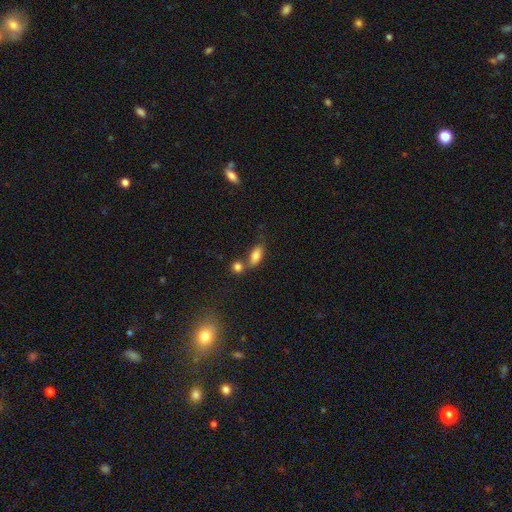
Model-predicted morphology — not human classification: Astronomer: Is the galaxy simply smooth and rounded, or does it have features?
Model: smooth — 80%.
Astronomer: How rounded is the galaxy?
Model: in between — 85%.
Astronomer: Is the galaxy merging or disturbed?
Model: none — 47% (runner-up: merger, 33%).